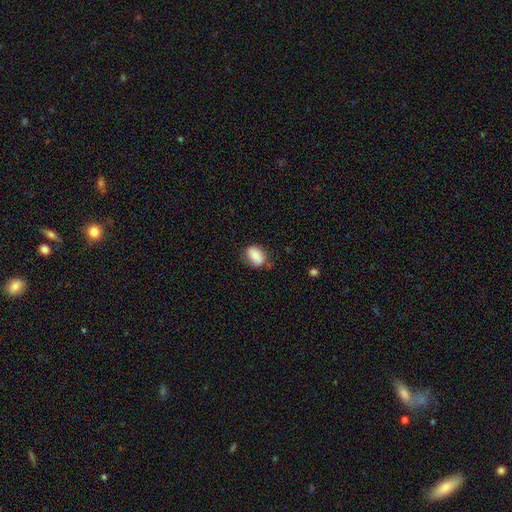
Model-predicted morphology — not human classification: smooth 87%, star or artifact 7%, featured or disk 6%. Down the decision tree: how rounded — in between (79%); merging — none (71%).